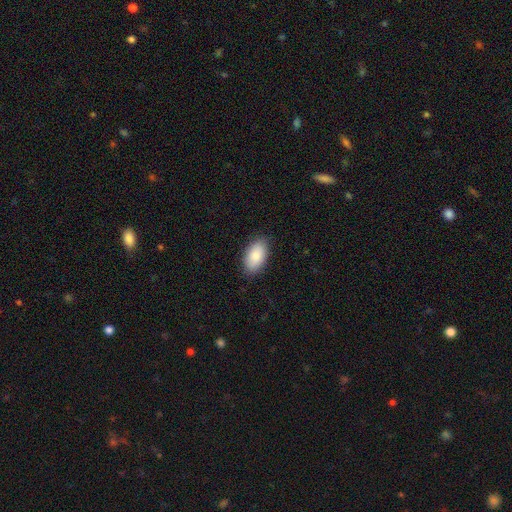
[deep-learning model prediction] This is clearly a smooth galaxy (87%). How rounded: clearly in between (95%). Merging: clearly none (86%).